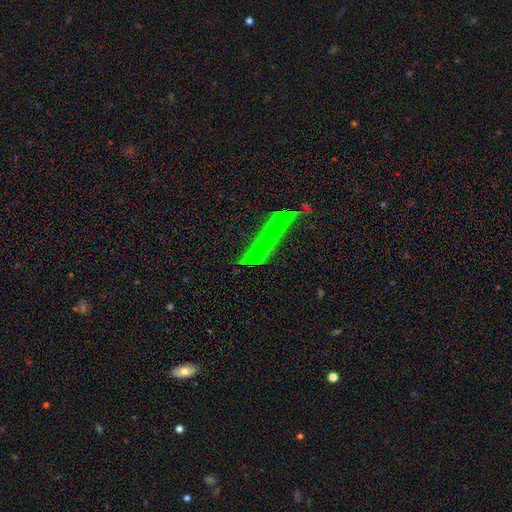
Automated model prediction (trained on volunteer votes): This appears to be a star or artifact, not a galaxy (71%).